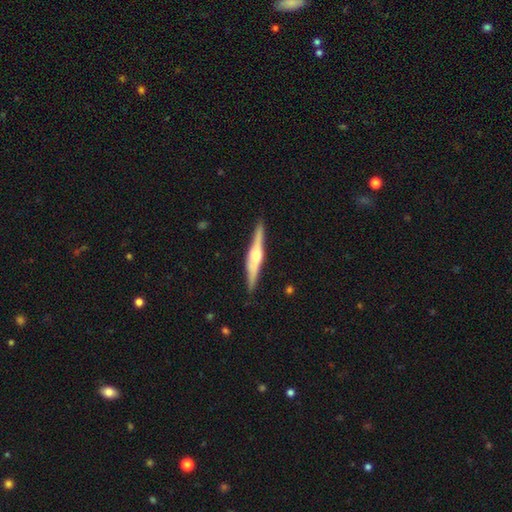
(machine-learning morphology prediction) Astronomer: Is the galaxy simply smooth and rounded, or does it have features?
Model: featured or disk — 74%.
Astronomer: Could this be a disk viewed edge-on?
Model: yes — 98%.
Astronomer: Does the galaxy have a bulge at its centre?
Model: rounded — 79%.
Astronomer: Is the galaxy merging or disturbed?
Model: none — 90%.